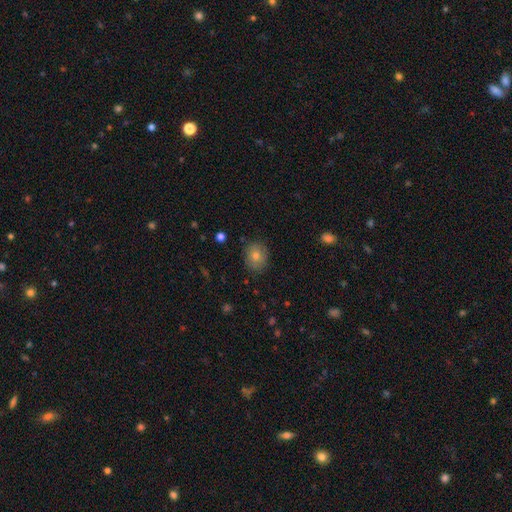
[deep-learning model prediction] Smooth or featured? smooth (76%)
How rounded? round (62%)
Merging? none (86%)